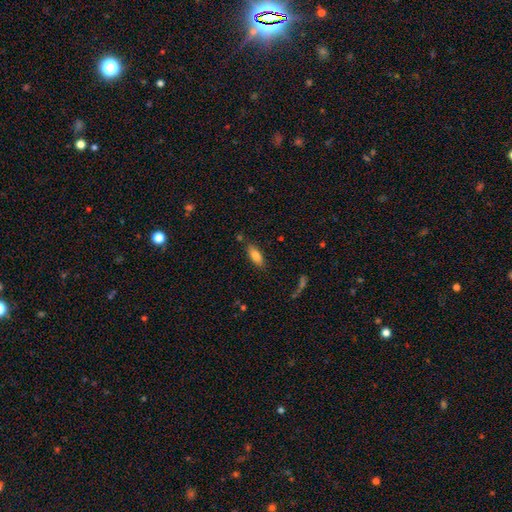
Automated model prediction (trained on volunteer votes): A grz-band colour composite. It shows a smooth galaxy with no disk features (80%) that is in between round and cigar-shaped (73%). Merging: none (80%).